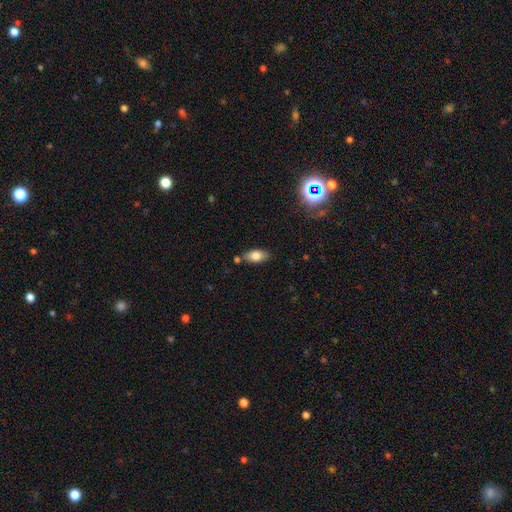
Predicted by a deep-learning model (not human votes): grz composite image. It shows a smooth galaxy with no disk features (79%) that is in between round and cigar-shaped (89%). Merging: none (77%).